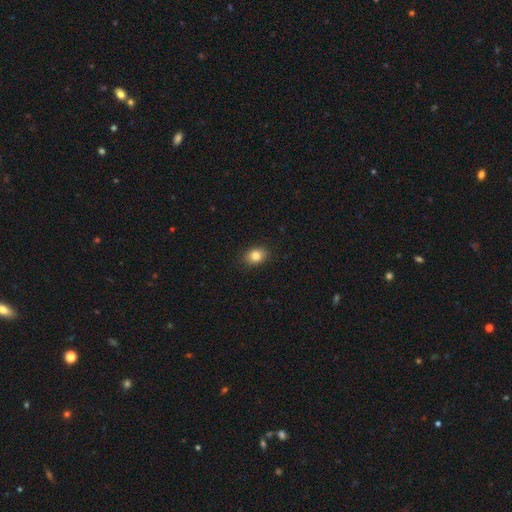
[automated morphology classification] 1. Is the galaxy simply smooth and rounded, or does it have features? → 83% smooth, 9% star or artifact, 7% featured or disk.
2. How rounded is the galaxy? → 65% in between, 34% round, 1% cigar-shaped.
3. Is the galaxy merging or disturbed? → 88% none, 9% minor disturbance, 2% major disturbance, 1% merger.